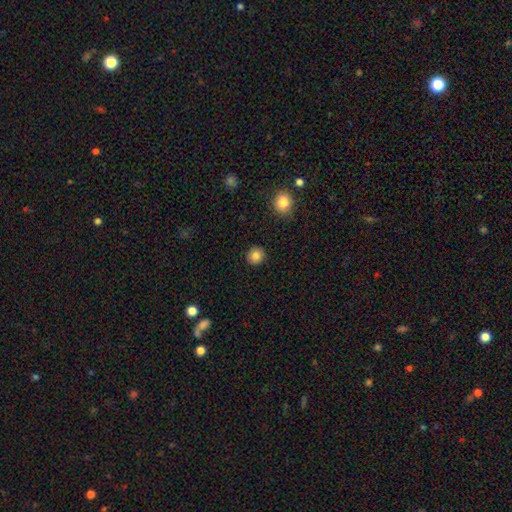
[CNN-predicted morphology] A smooth galaxy with no disk features (84%) that is round (91%). Merging: none (92%).